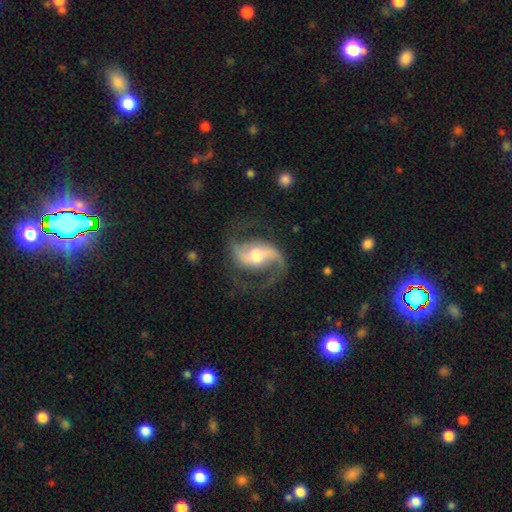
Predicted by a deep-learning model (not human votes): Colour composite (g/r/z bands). It shows a featured or disk galaxy (90%) with a weak bar (43%), 2 (92%) medium (49%) spiral arms (97%) and a moderate central bulge (63%). Merging: none (73%).